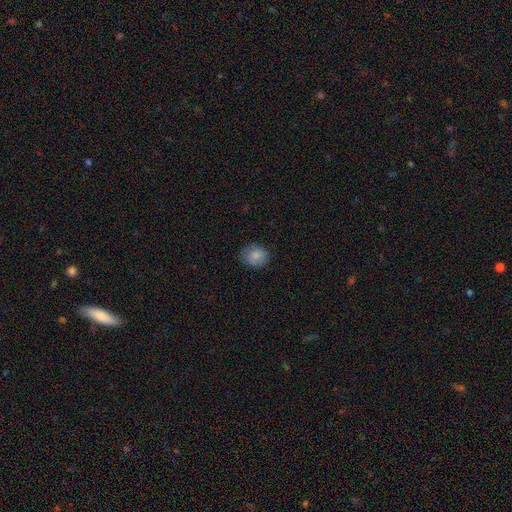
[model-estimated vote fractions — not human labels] A smooth galaxy with no disk features (83%) that is round (69%).

Vote fractions:
- Smooth or featured? smooth: 83% / featured or disk: 9% / star or artifact: 8%
- How rounded? round: 69% / in between: 30% / cigar-shaped: 1%
- Merging? none: 78% / minor disturbance: 17% / major disturbance: 4% / merger: 1%